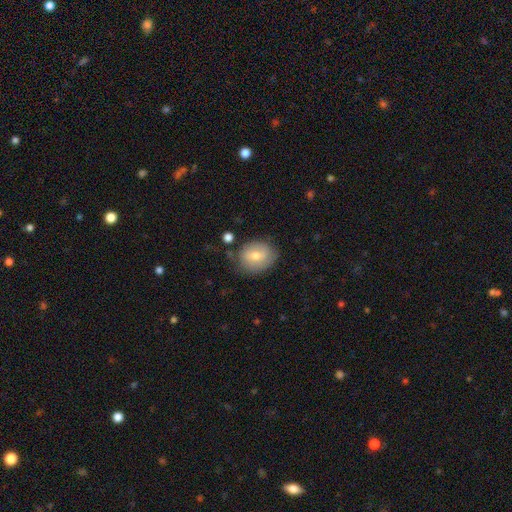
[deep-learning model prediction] smooth 63%, featured or disk 30%, star or artifact 7%. Down the decision tree: how rounded — round (54%); merging — none (70%).